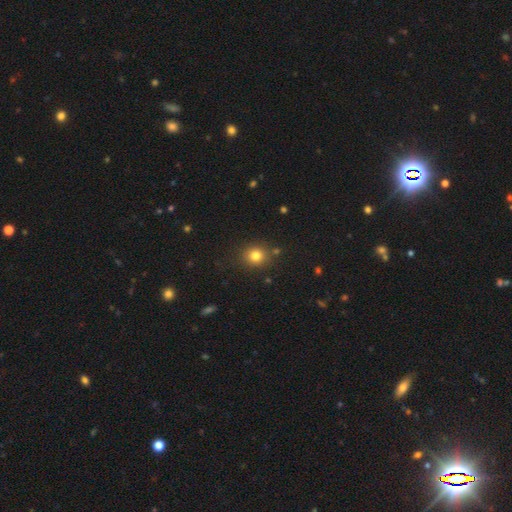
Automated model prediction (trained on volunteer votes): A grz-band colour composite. It shows a smooth galaxy with no disk features (80%) that is round (79%). Merging: none (84%).